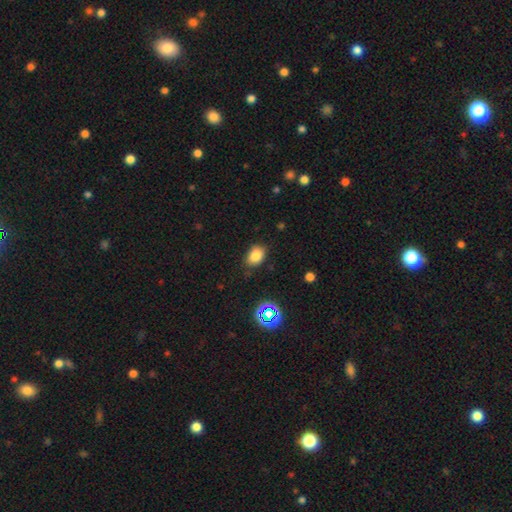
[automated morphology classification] This is clearly a smooth galaxy (81%). How rounded: likely in between (75%). Merging: likely none (80%).